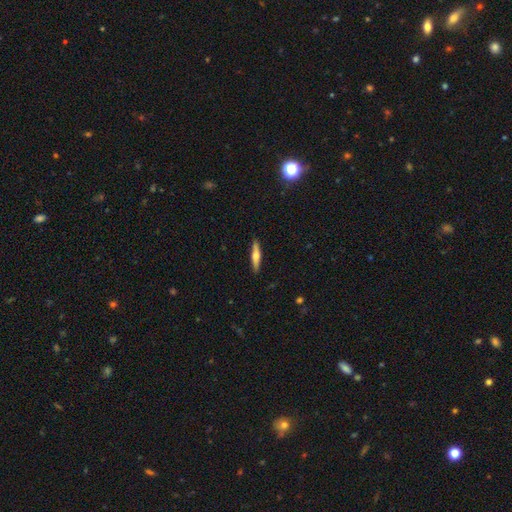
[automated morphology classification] Overall: featured or disk (55%; smooth 40%). Edge-on disk: yes (96%). Edge-on bulge: rounded (90%). Merging: none (91%).